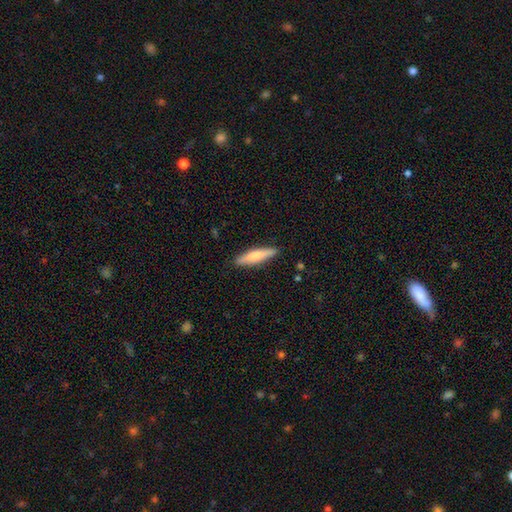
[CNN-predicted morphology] Smooth or featured?
  - smooth: 69% *
  - featured or disk: 25%
  - star or artifact: 5%
How rounded?
  - cigar-shaped: 82% *
  - in between: 17%
  - round: 1%
Merging?
  - none: 88% *
  - minor disturbance: 9%
  - major disturbance: 2%
  - merger: 1%